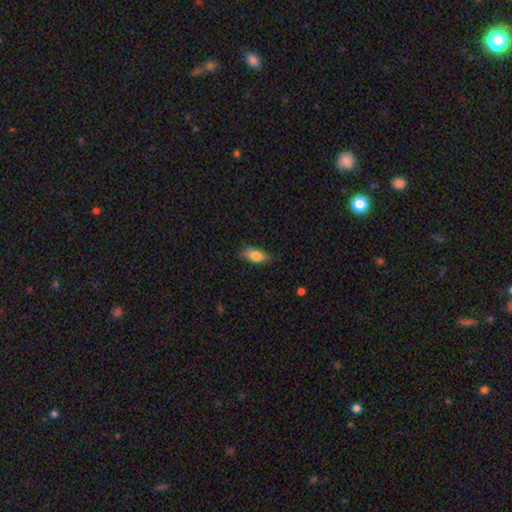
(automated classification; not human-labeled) The model was most divided on "merging": none: 79%, minor disturbance: 17%, major disturbance: 3%, merger: 1%. More confident: how rounded — in between (82%); smooth or featured — smooth (81%).